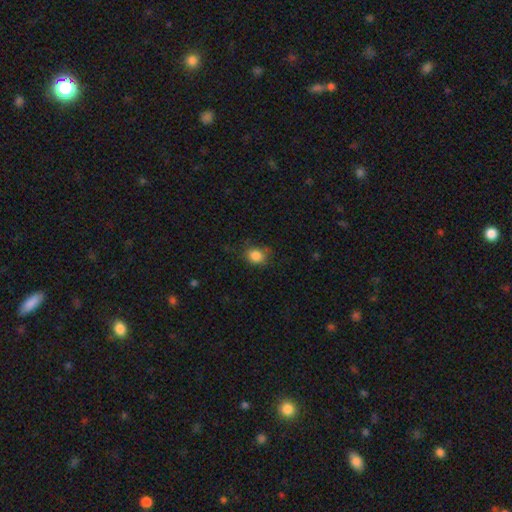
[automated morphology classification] A smooth galaxy with no disk features (85%) that is round (62%).

Vote fractions:
- Smooth or featured? smooth: 85% / star or artifact: 10% / featured or disk: 5%
- How rounded? round: 62% / in between: 37% / cigar-shaped: 1%
- Merging? none: 72% / minor disturbance: 21% / major disturbance: 5% / merger: 2%